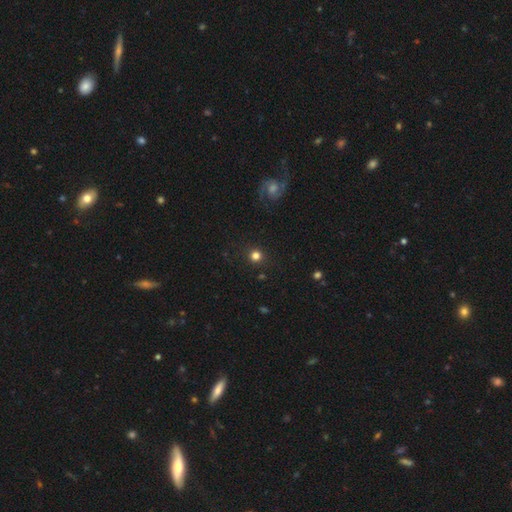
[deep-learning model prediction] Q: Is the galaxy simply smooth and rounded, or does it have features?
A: smooth — 78%.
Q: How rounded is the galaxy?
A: round — 94%.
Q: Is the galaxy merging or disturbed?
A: none — 90%.